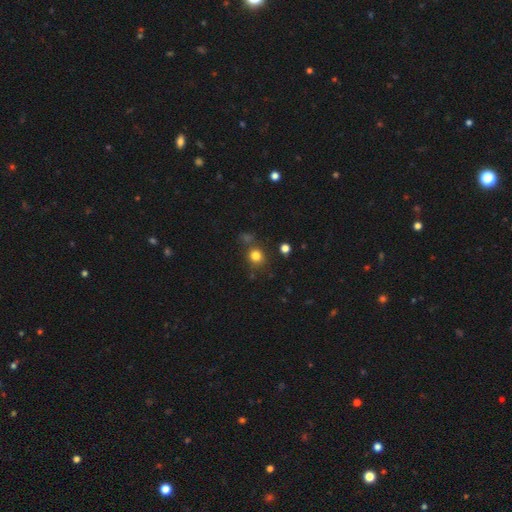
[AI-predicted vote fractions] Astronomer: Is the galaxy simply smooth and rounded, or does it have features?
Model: smooth — 79%.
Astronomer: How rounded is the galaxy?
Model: round — 84%.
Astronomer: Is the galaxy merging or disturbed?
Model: none — 76%.